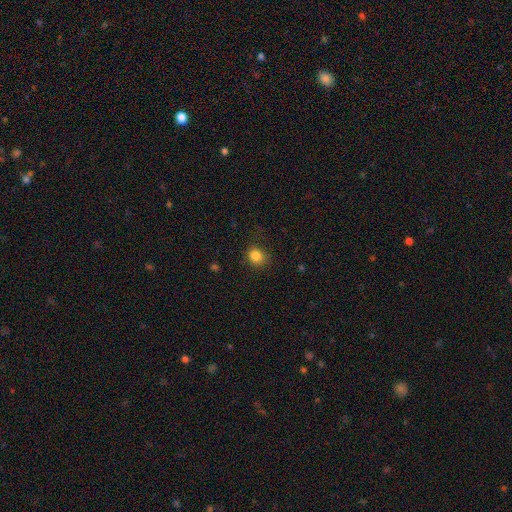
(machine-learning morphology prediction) This is clearly a smooth galaxy (83%). How rounded: likely round (75%). Merging: clearly none (81%).